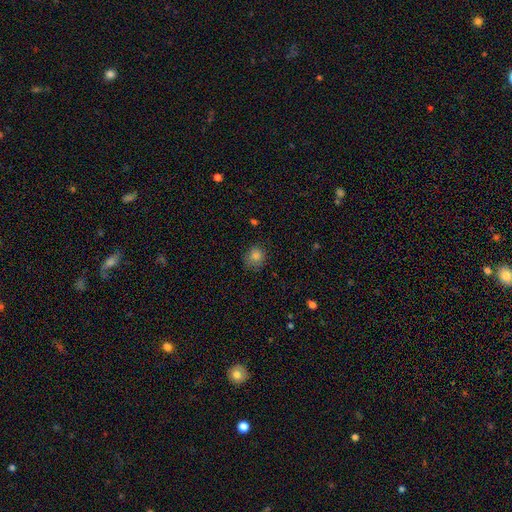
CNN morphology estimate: Smooth or featured?
  - smooth: 80% *
  - star or artifact: 13%
  - featured or disk: 6%
How rounded?
  - round: 81% *
  - in between: 18%
  - cigar-shaped: 1%
Merging?
  - none: 79% *
  - minor disturbance: 16%
  - major disturbance: 4%
  - merger: 1%